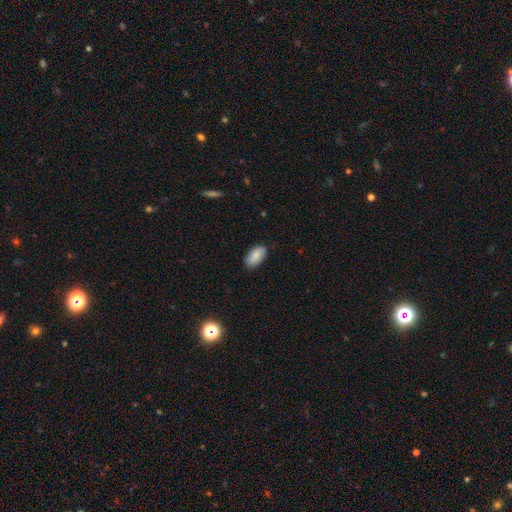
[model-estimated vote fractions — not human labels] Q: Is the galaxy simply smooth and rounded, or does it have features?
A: smooth — 87%.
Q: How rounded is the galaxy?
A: in between — 94%.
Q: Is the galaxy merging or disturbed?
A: none — 84%.